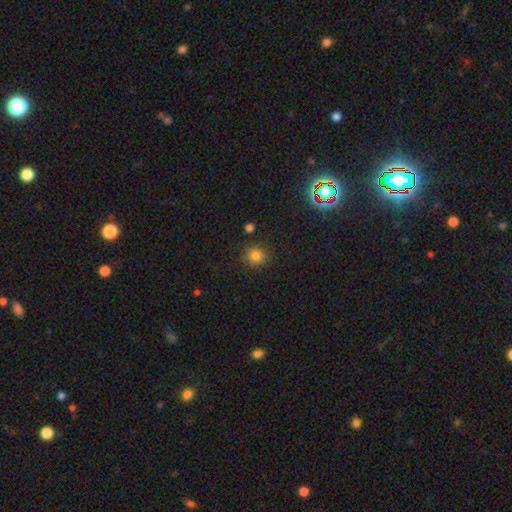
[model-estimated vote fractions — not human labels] Smooth or featured? Predicted: smooth (p=0.82). How rounded? Predicted: round (p=0.84). Merging? Predicted: none (p=0.86).